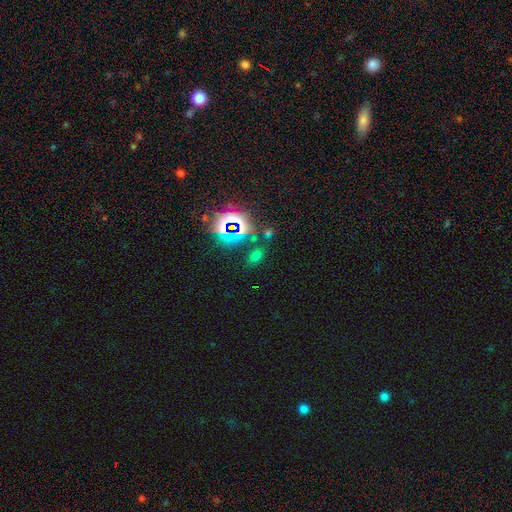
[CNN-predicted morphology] The model was most divided on "smooth or featured": smooth: 50%, star or artifact: 42%, featured or disk: 8%. More confident: how rounded — in between (79%); merging — none (78%).